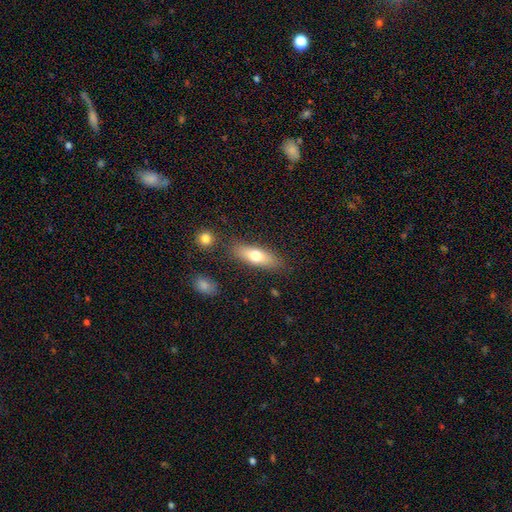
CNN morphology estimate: Q: Smooth or featured?
A: smooth (68%); runner-up: featured or disk (25%)
Q: How rounded?
A: in between (59%); runner-up: cigar-shaped (38%)
Q: Merging?
A: none (82%); runner-up: minor disturbance (12%)